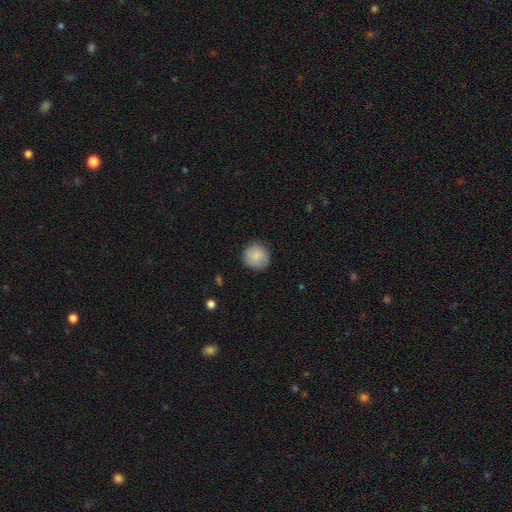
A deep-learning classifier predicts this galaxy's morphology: smooth_or_featured: smooth (p=0.86) [alt: star or artifact p=0.07]
how_rounded: round (p=0.92) [alt: in between p=0.07]
merging: none (p=0.87) [alt: minor disturbance p=0.10]